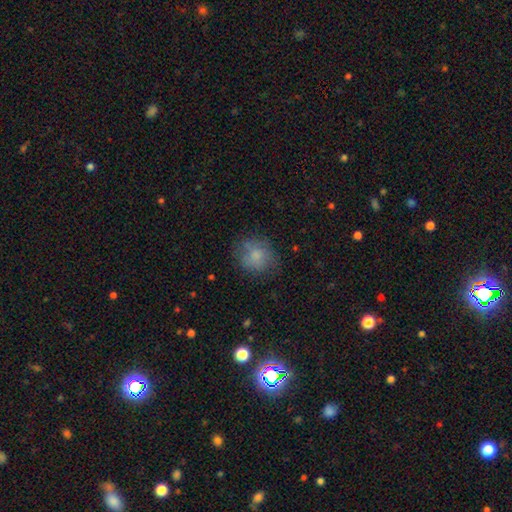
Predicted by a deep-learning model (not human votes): Smooth or featured?
  - smooth: 76% *
  - featured or disk: 14%
  - star or artifact: 9%
How rounded?
  - round: 74% *
  - in between: 25%
  - cigar-shaped: 1%
Merging?
  - none: 67% *
  - minor disturbance: 22%
  - major disturbance: 9%
  - merger: 3%